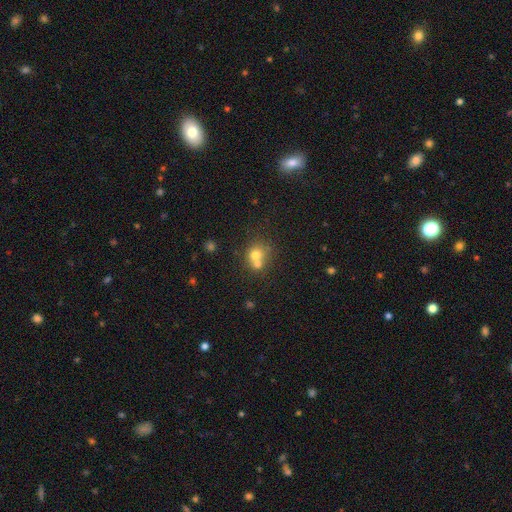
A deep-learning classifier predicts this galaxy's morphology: The model was most divided on "merging": merger: 56%, none: 34%, minor disturbance: 7%, major disturbance: 3%. More confident: how rounded — round (79%); smooth or featured — smooth (69%).